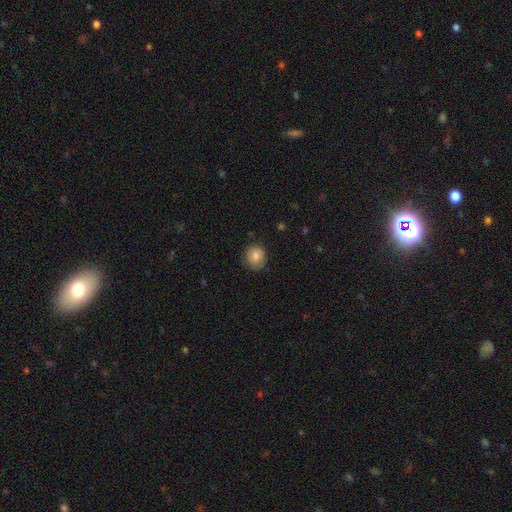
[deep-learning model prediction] Smooth or featured: smooth — 81% (featured or disk — 11%)
How rounded: round — 83% (in between — 16%)
Merging: none — 77% (minor disturbance — 17%)